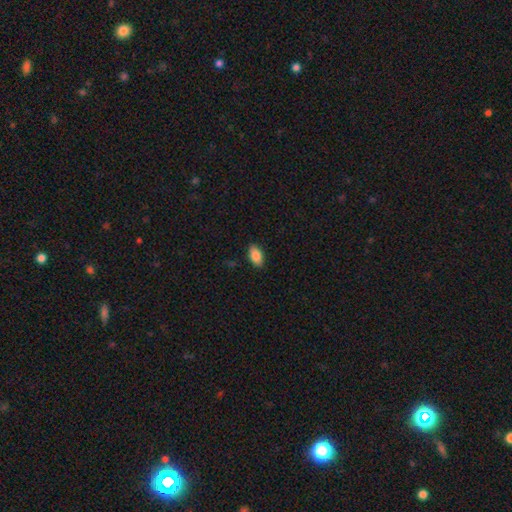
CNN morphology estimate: Q: Smooth or featured?
A: smooth (86%); runner-up: star or artifact (7%)
Q: How rounded?
A: in between (93%); runner-up: round (4%)
Q: Merging?
A: none (88%); runner-up: minor disturbance (9%)